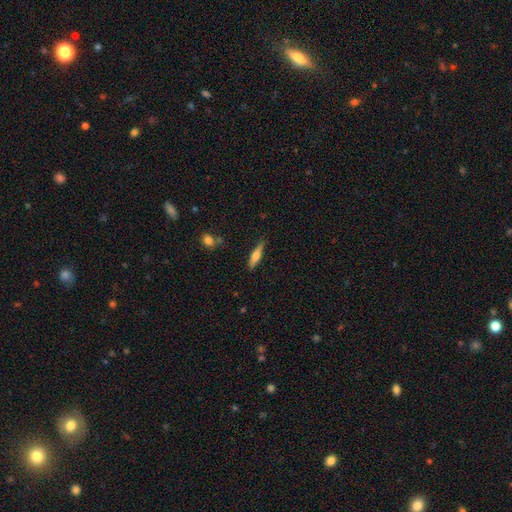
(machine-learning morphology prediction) A smooth galaxy with no disk features (58%) that is cigar-shaped (73%).

Vote fractions:
- Smooth or featured? smooth: 58% / featured or disk: 36% / star or artifact: 6%
- How rounded? cigar-shaped: 73% / in between: 25% / round: 2%
- Merging? none: 82% / minor disturbance: 13% / major disturbance: 3% / merger: 2%